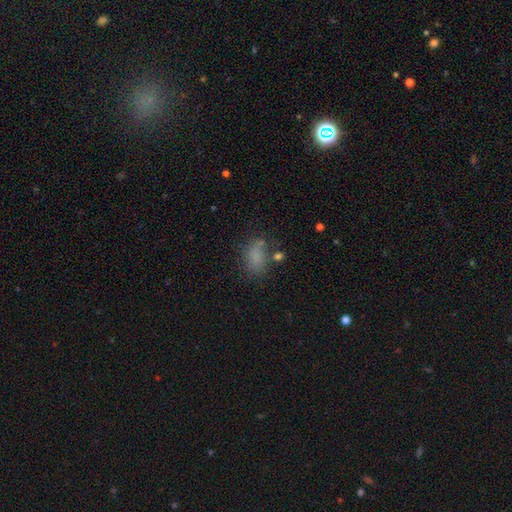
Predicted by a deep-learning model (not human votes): Overall: smooth (77%). How rounded: in between (84%). Merging: none (62%).